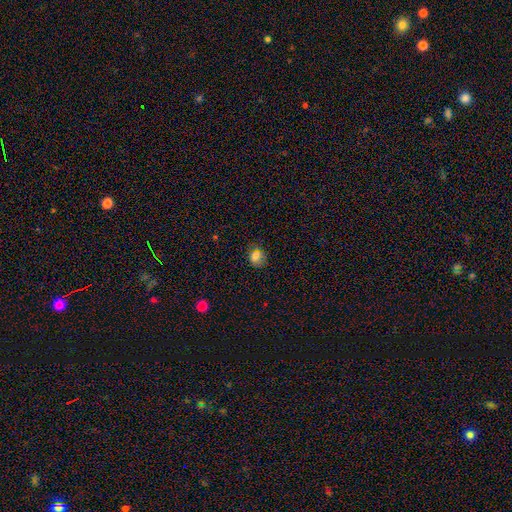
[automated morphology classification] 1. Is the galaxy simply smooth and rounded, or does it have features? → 80% smooth, 12% star or artifact, 8% featured or disk.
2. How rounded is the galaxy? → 55% round, 44% in between, 1% cigar-shaped.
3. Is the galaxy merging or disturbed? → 67% none, 24% minor disturbance, 8% major disturbance, 2% merger.